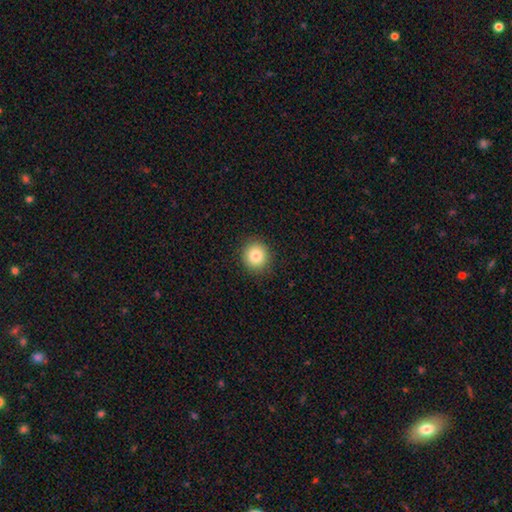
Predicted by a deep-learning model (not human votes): smooth 84%, star or artifact 10%, featured or disk 6%. Down the decision tree: how rounded — round (90%); merging — none (91%).